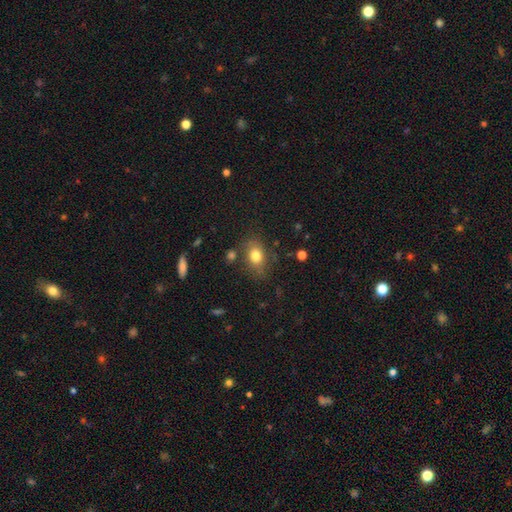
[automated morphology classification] smooth 79%, featured or disk 11%, star or artifact 10%. Down the decision tree: how rounded — in between (68%); merging — none (72%).